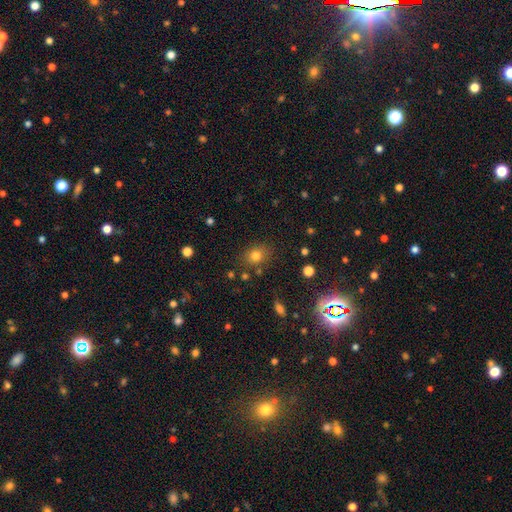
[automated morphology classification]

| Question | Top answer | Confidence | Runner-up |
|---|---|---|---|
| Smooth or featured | smooth | 77% | star or artifact (15%) |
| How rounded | round | 59% | in between (40%) |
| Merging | none | 78% | minor disturbance (13%) |